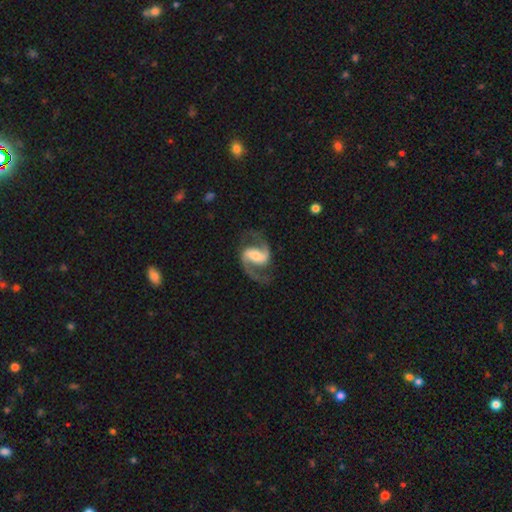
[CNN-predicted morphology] Smooth or featured? Predicted: featured or disk (p=0.91). Edge-on disk? Predicted: no (p=0.98). Bar? Predicted: strong (p=0.43). Spiral arms? Predicted: yes (p=0.98). Spiral winding? Predicted: medium (p=0.58). Spiral arm count? Predicted: 2 (p=0.94). Bulge size? Predicted: moderate (p=0.42). Merging? Predicted: none (p=0.78).